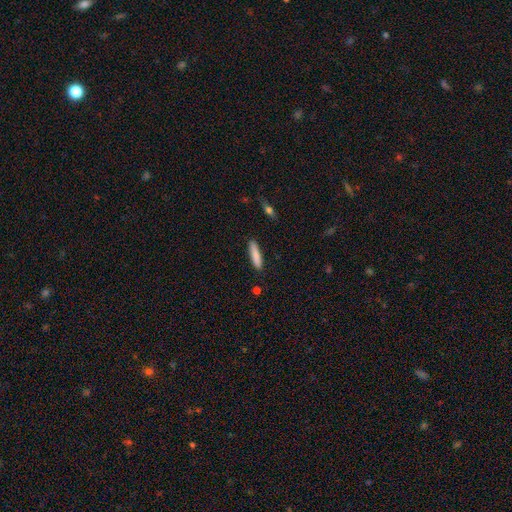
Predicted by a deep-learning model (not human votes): Q: Smooth or featured?
A: smooth (85%); runner-up: featured or disk (9%)
Q: How rounded?
A: cigar-shaped (80%); runner-up: in between (19%)
Q: Merging?
A: none (88%); runner-up: minor disturbance (8%)